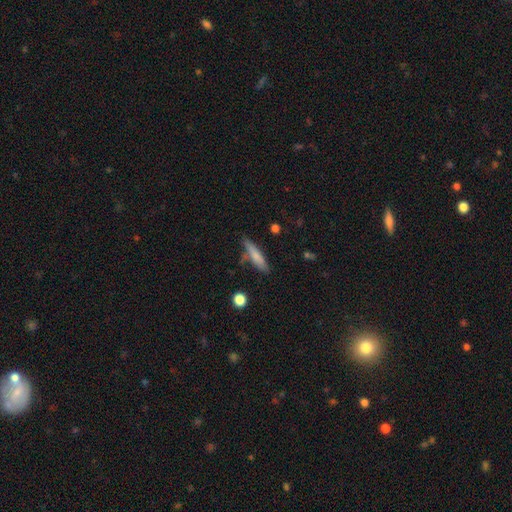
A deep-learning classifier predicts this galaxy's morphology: smooth_or_featured: smooth (p=0.68) [alt: featured or disk p=0.25]
how_rounded: cigar-shaped (p=0.80) [alt: in between p=0.18]
merging: none (p=0.65) [alt: minor disturbance p=0.22]